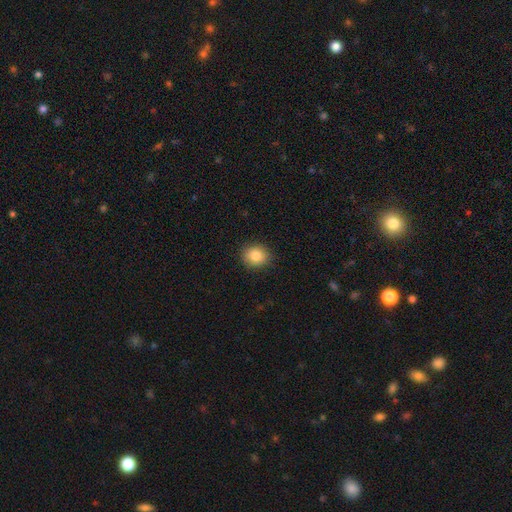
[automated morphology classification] type=smooth (83%); roundness=round (77%); merging=none (90%).